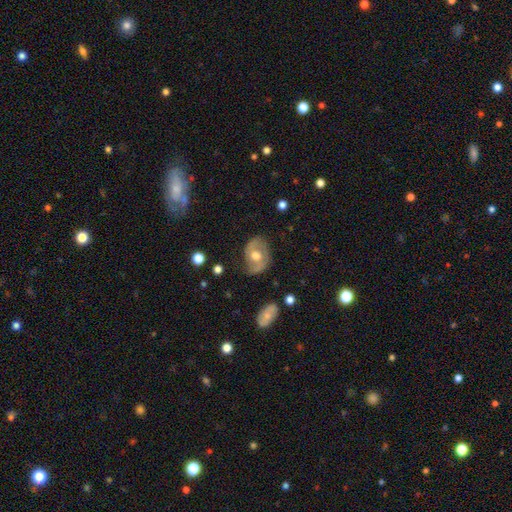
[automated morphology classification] A featured or disk galaxy (58%) with no bar (63%), spiral arms (64%) and a moderate central bulge (65%).

Vote fractions:
- Smooth or featured? featured or disk: 58% / smooth: 35% / star or artifact: 7%
- Edge-on disk? no: 95% / yes: 5%
- Bar? no: 63% / weak: 29% / strong: 7%
- Spiral arms? yes: 64% / no: 36%
- Bulge size? moderate: 65% / large: 24% / small: 8% / none: 2% / dominant: 2%
- Merging? none: 64% / minor disturbance: 24% / major disturbance: 11% / merger: 2%